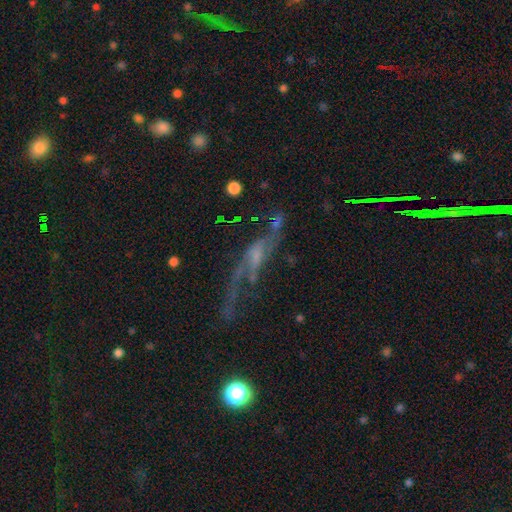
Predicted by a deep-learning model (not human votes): featured or disk 63%, star or artifact 21%, smooth 16%. Down the decision tree: edge-on disk — no (61%); merging — none (46%).